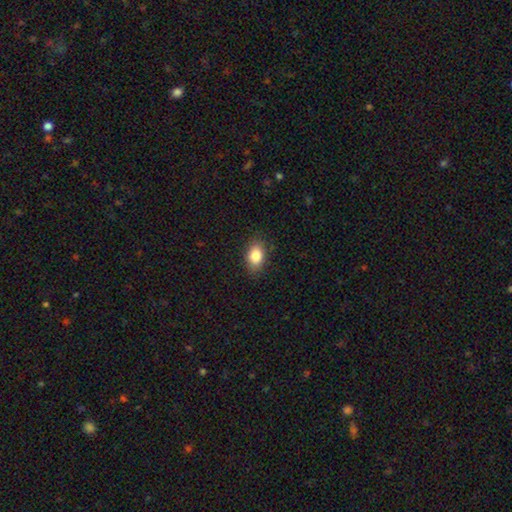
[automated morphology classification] A smooth galaxy with no disk features (84%) that is in between round and cigar-shaped (83%).

Vote fractions:
- Smooth or featured? smooth: 84% / star or artifact: 8% / featured or disk: 8%
- How rounded? in between: 83% / round: 15% / cigar-shaped: 2%
- Merging? none: 84% / minor disturbance: 12% / major disturbance: 3% / merger: 1%